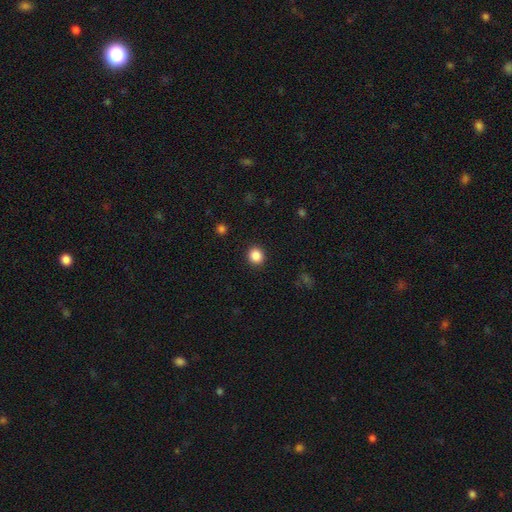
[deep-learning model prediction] Q: Smooth or featured?
A: smooth (87%); runner-up: star or artifact (10%)
Q: How rounded?
A: round (88%); runner-up: in between (11%)
Q: Merging?
A: none (92%); runner-up: minor disturbance (5%)